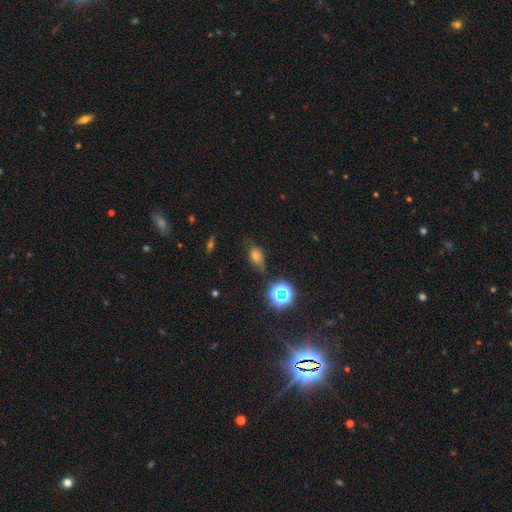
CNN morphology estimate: Smooth or featured?
  - smooth: 60% *
  - star or artifact: 24%
  - featured or disk: 15%
How rounded?
  - in between: 78% *
  - round: 16%
  - cigar-shaped: 6%
Merging?
  - none: 63% *
  - minor disturbance: 26%
  - major disturbance: 9%
  - merger: 3%